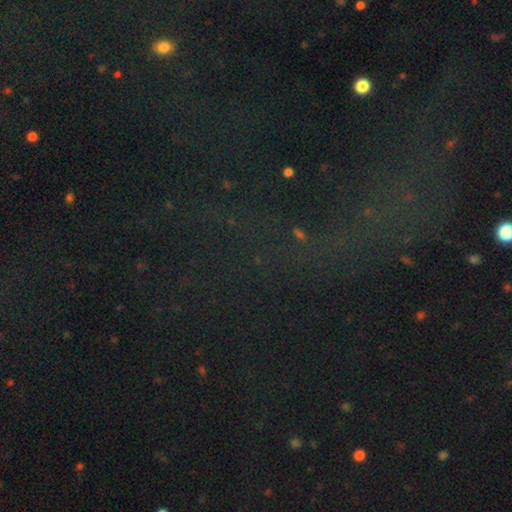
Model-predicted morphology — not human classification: This appears to be a star or artifact, not a galaxy (73%).